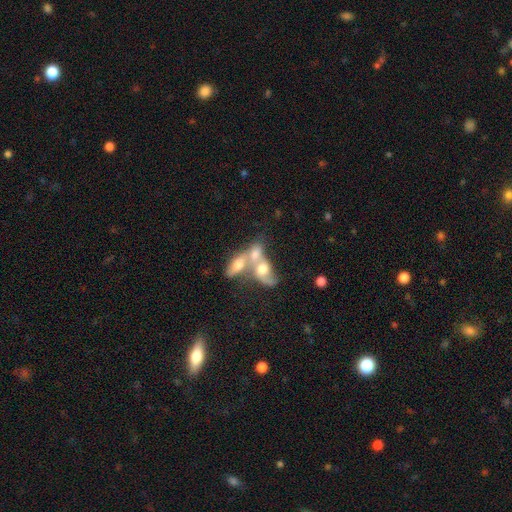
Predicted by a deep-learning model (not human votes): Smooth or featured? smooth (51%)
How rounded? in between (77%)
Merging? merger (79%)